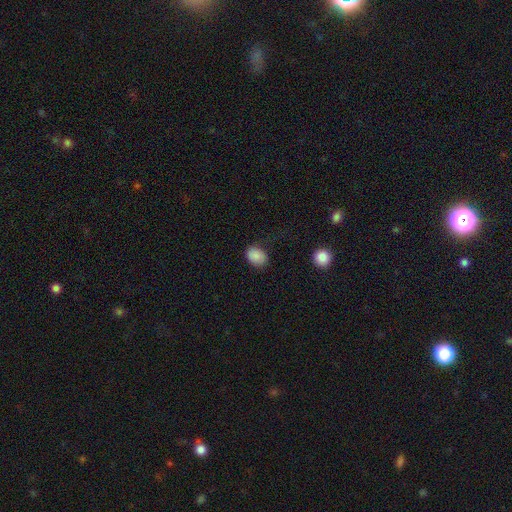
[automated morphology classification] A smooth galaxy with no disk features (86%) that is in between round and cigar-shaped (64%).

Vote fractions:
- Smooth or featured? smooth: 86% / star or artifact: 9% / featured or disk: 5%
- How rounded? in between: 64% / round: 35% / cigar-shaped: 1%
- Merging? none: 75% / minor disturbance: 18% / major disturbance: 5% / merger: 1%